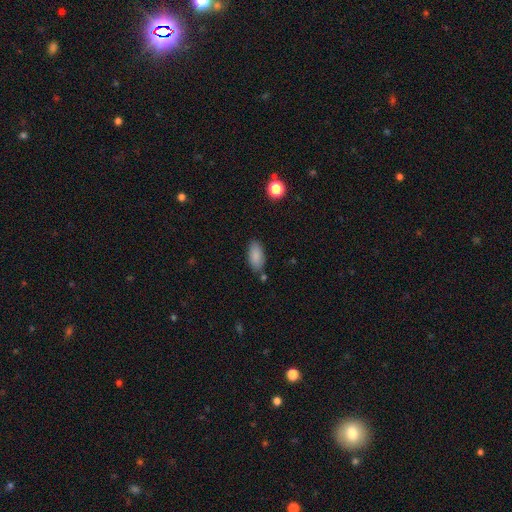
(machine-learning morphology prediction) Smooth or featured?
  - smooth: 86% *
  - star or artifact: 7%
  - featured or disk: 6%
How rounded?
  - in between: 90% *
  - cigar-shaped: 7%
  - round: 2%
Merging?
  - none: 79% *
  - minor disturbance: 13%
  - merger: 5%
  - major disturbance: 3%